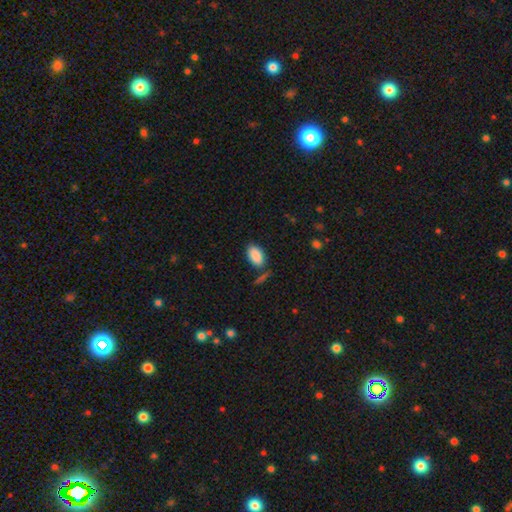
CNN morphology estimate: Smooth or featured: smooth — 89% (star or artifact — 7%)
How rounded: in between — 93% (round — 5%)
Merging: none — 77% (minor disturbance — 14%)